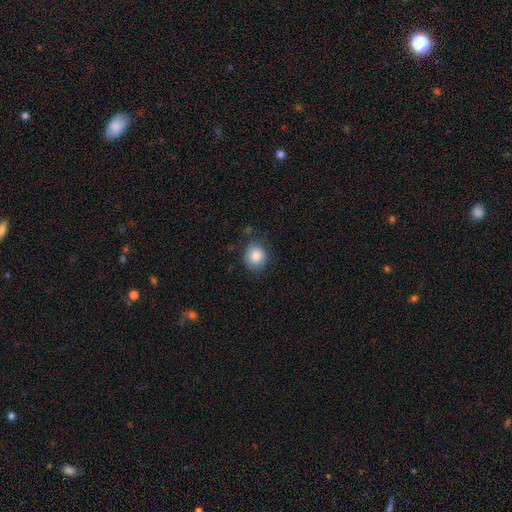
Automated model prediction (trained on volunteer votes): smooth-or-featured: smooth: 84% | star or artifact: 9% | featured or disk: 7%
  how-rounded: round: 79% | in between: 20% | cigar-shaped: 1%
  merging: none: 80% | minor disturbance: 15% | major disturbance: 4% | merger: 2%